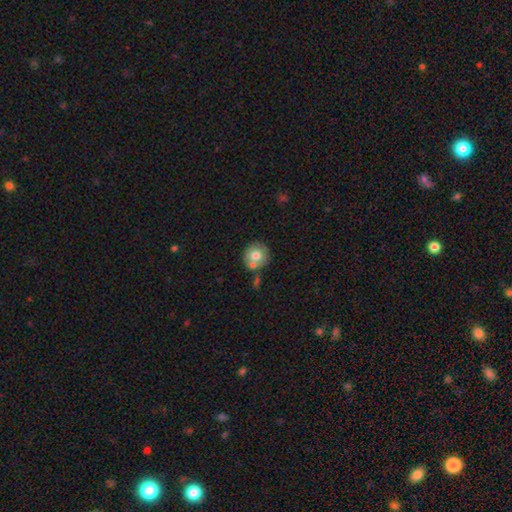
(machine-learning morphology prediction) Smooth or featured? smooth (71%)
How rounded? round (90%)
Merging? none (59%)